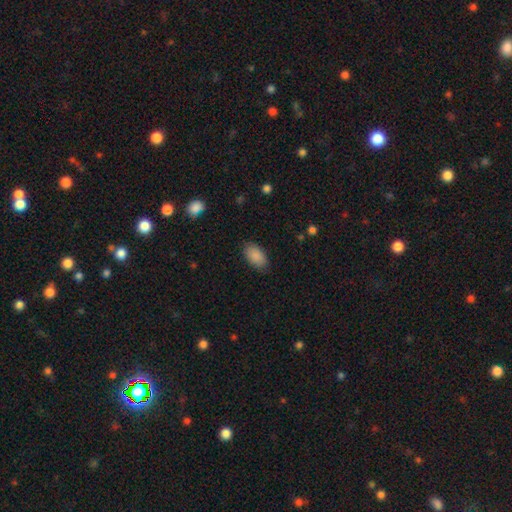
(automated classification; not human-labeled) A smooth galaxy with no disk features (89%) that is in between round and cigar-shaped (93%).

Vote fractions:
- Smooth or featured? smooth: 89% / star or artifact: 7% / featured or disk: 4%
- How rounded? in between: 93% / round: 5% / cigar-shaped: 2%
- Merging? none: 83% / minor disturbance: 13% / major disturbance: 3% / merger: 1%